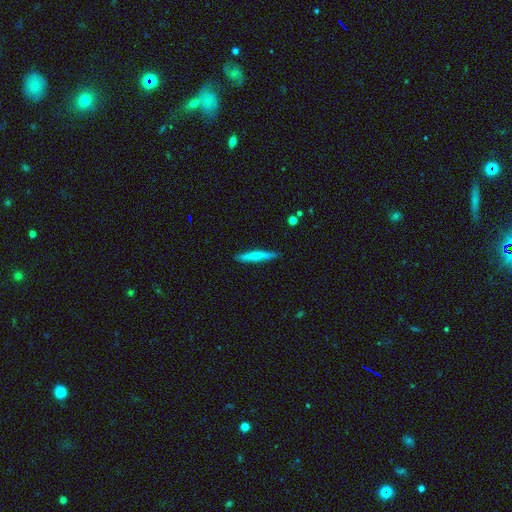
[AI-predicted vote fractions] Q: Smooth or featured?
A: smooth (61%); runner-up: featured or disk (34%)
Q: How rounded?
A: cigar-shaped (94%); runner-up: in between (5%)
Q: Merging?
A: none (88%); runner-up: minor disturbance (9%)